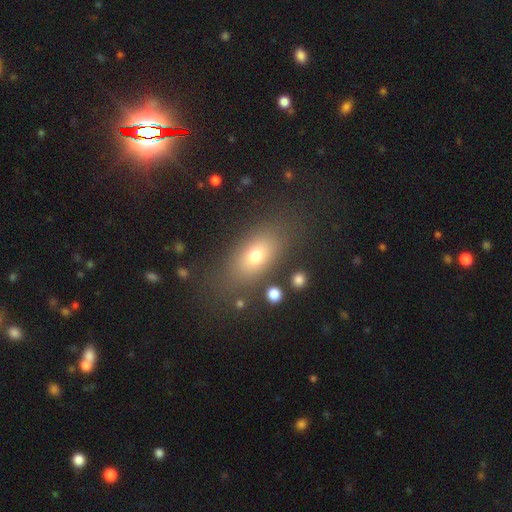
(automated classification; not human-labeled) smooth_or_featured: smooth (p=0.71) [alt: featured or disk p=0.17]
how_rounded: in between (p=0.79) [alt: round p=0.11]
merging: none (p=0.79) [alt: minor disturbance p=0.12]